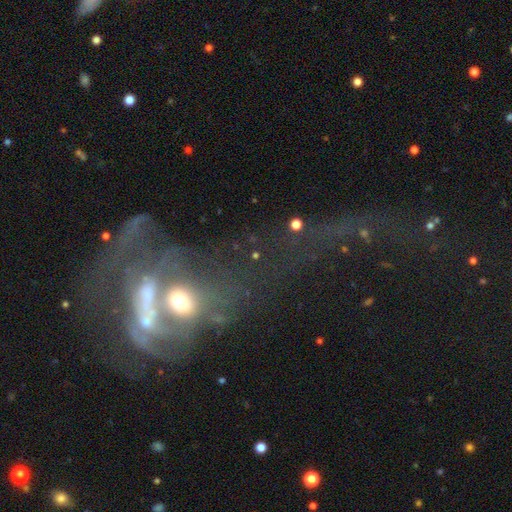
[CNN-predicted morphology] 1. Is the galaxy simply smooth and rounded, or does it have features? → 37% featured or disk, 35% smooth, 28% star or artifact.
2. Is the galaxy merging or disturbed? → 33% none, 28% merger, 28% major disturbance, 11% minor disturbance.